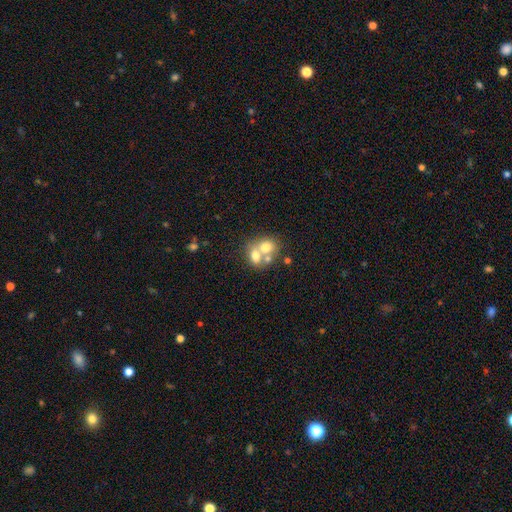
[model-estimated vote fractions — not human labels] smooth-or-featured: smooth: 64% | featured or disk: 25% | star or artifact: 11%
  how-rounded: round: 55% | in between: 44% | cigar-shaped: 1%
  merging: merger: 67% | none: 24% | minor disturbance: 6% | major disturbance: 4%